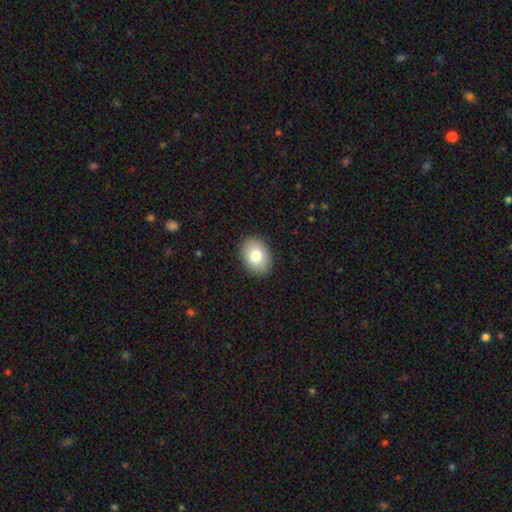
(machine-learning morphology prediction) This appears to be a smooth galaxy with no disk features (80%) that is in between round and cigar-shaped (76%). Merging: none (89%).